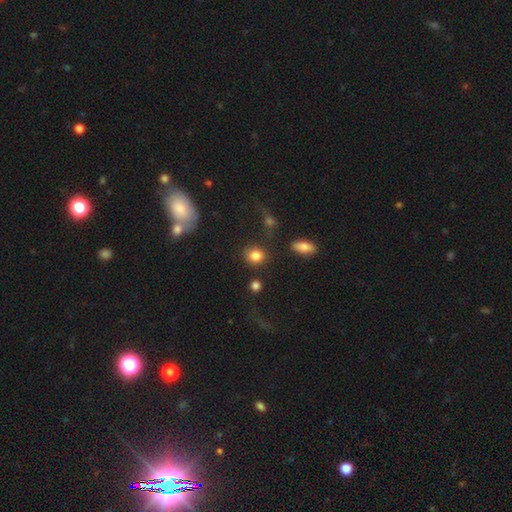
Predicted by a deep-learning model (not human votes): smooth 84%, star or artifact 10%, featured or disk 6%. Down the decision tree: how rounded — round (71%); merging — none (78%).